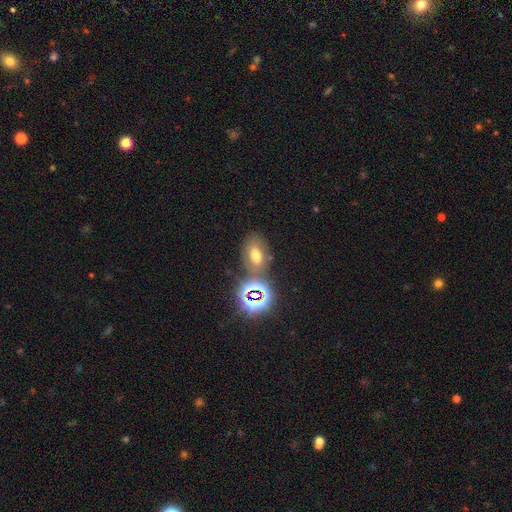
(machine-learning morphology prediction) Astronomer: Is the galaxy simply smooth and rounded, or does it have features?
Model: smooth — 52% (runner-up: star or artifact, 31%).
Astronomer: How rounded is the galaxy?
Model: in between — 78%.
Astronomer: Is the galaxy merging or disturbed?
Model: none — 63%.